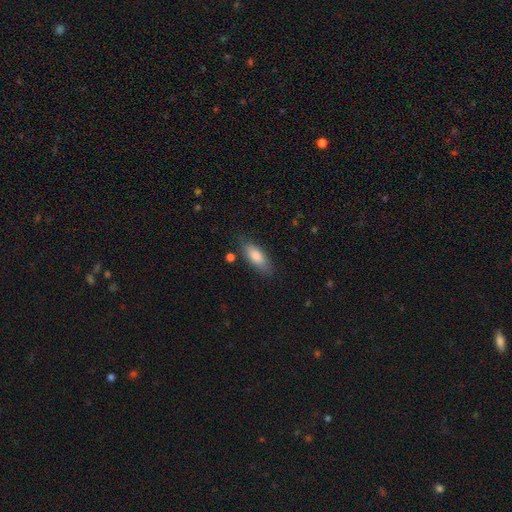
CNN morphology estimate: smooth-or-featured: smooth: 80% | featured or disk: 14% | star or artifact: 7%
  how-rounded: in between: 71% | cigar-shaped: 27% | round: 2%
  merging: none: 80% | minor disturbance: 14% | major disturbance: 3% | merger: 2%